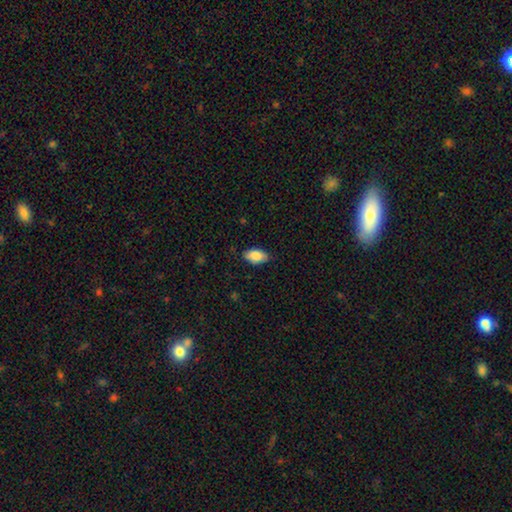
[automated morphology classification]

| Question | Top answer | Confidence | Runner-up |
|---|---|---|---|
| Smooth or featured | smooth | 87% | star or artifact (6%) |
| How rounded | in between | 93% | round (4%) |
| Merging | none | 80% | minor disturbance (16%) |